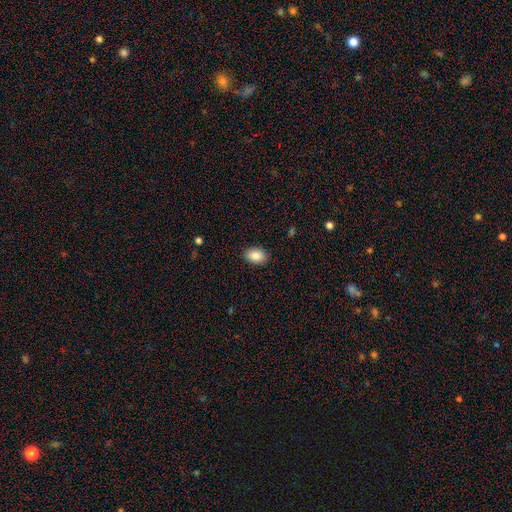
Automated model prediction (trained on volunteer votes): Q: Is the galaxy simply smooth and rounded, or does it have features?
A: smooth — 87%.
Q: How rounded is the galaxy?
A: in between — 86%.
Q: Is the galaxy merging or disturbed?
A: none — 89%.